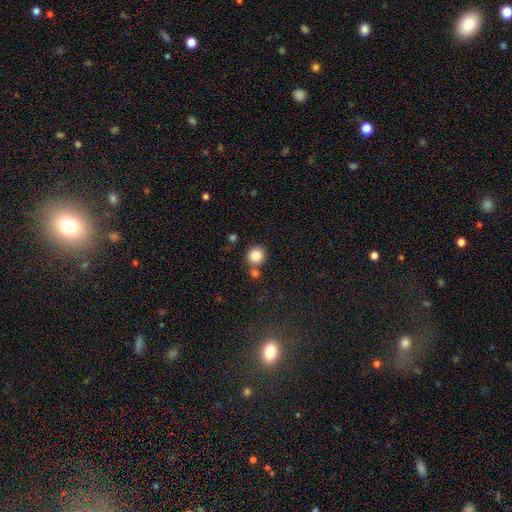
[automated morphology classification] Smooth or featured? smooth (85%)
How rounded? round (91%)
Merging? none (68%)